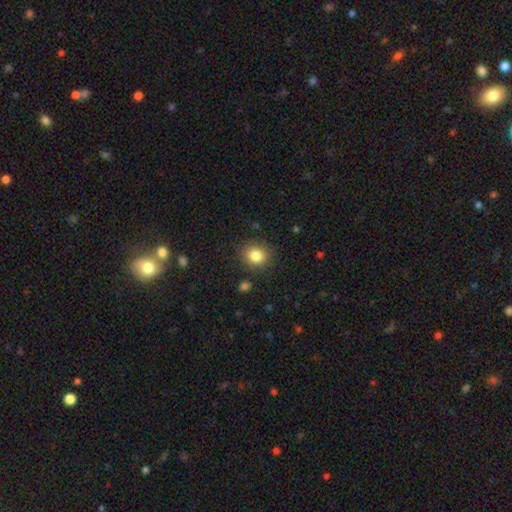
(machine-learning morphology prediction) Smooth or featured: smooth — 84% (star or artifact — 10%)
How rounded: round — 75% (in between — 25%)
Merging: none — 87% (minor disturbance — 8%)